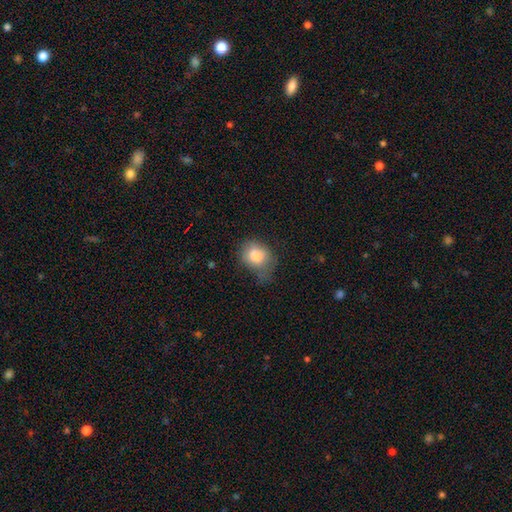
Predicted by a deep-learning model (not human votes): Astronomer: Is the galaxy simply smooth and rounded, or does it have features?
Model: smooth — 80%.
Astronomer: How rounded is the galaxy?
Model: round — 53% (runner-up: in between, 46%).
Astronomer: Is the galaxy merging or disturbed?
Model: none — 46% (runner-up: minor disturbance, 36%).